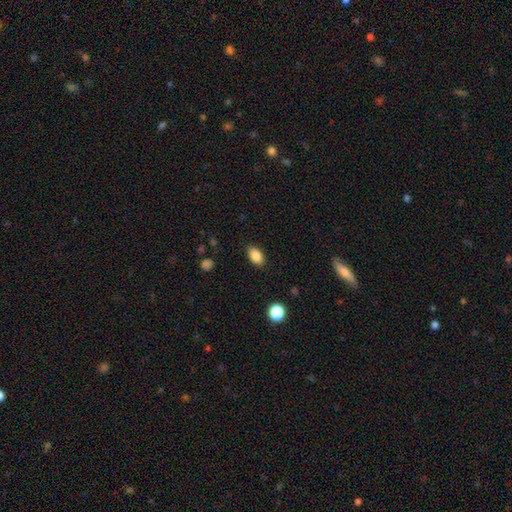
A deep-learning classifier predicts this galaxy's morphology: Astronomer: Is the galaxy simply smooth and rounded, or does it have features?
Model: smooth — 86%.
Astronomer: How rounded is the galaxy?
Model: in between — 90%.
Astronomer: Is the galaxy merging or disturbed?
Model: none — 87%.